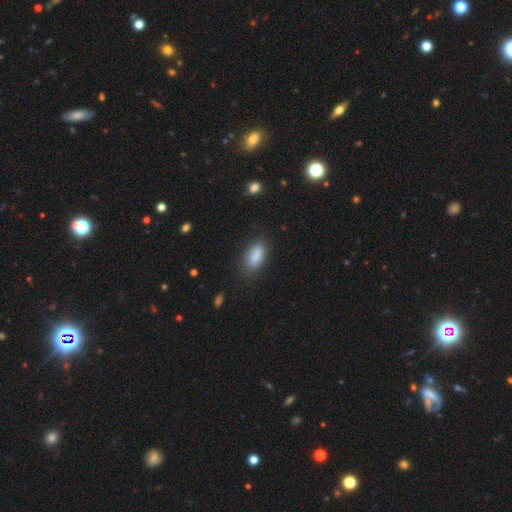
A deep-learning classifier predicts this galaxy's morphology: This is clearly a smooth galaxy (87%). How rounded: clearly in between (88%). Merging: likely none (80%).